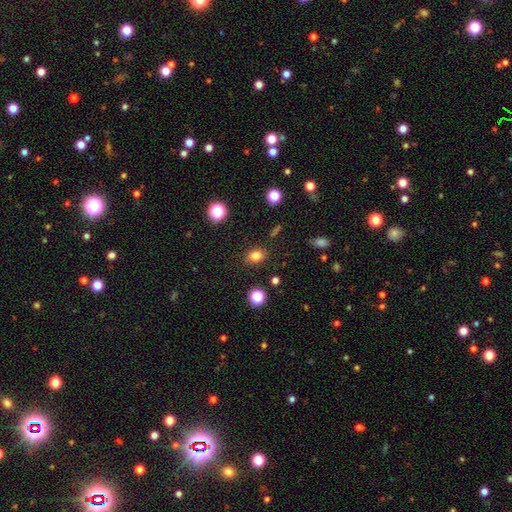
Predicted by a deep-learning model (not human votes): A smooth galaxy with no disk features (80%) that is in between round and cigar-shaped (60%). Merging: none (86%).